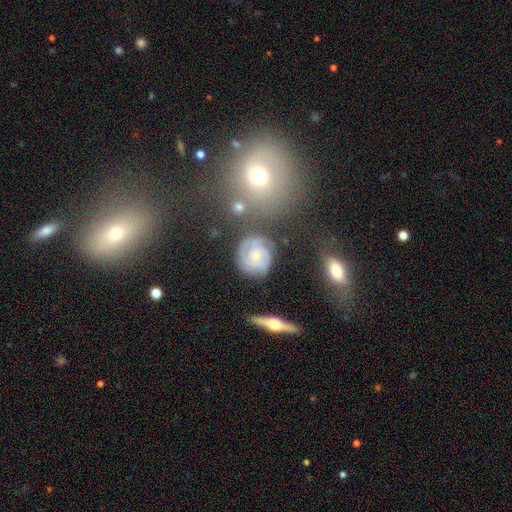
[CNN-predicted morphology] smooth_or_featured: featured or disk (p=0.74) [alt: smooth p=0.19]
disk_edge_on: no (p=0.96) [alt: yes p=0.04]
bar: no (p=0.68) [alt: weak p=0.27]
has_spiral_arms: yes (p=0.93) [alt: no p=0.07]
spiral_winding: tight (p=0.66) [alt: medium p=0.27]
spiral_arm_count: 3 (p=0.33) [alt: 2 p=0.28]
bulge_size: small (p=0.62) [alt: moderate p=0.26]
merging: none (p=0.69) [alt: minor disturbance p=0.19]